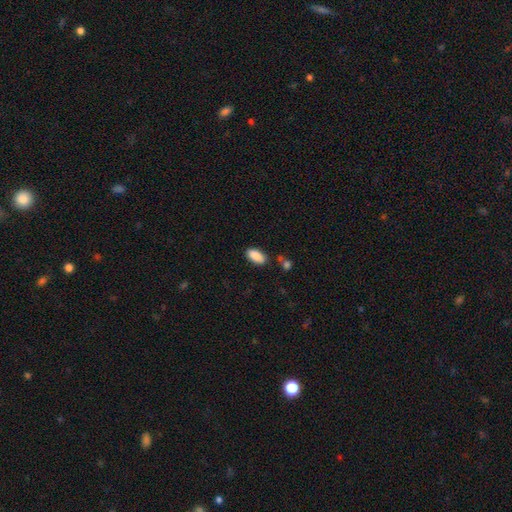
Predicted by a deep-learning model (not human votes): This appears to be a smooth galaxy with no disk features (90%) that is in between round and cigar-shaped (93%). Merging: none (80%).